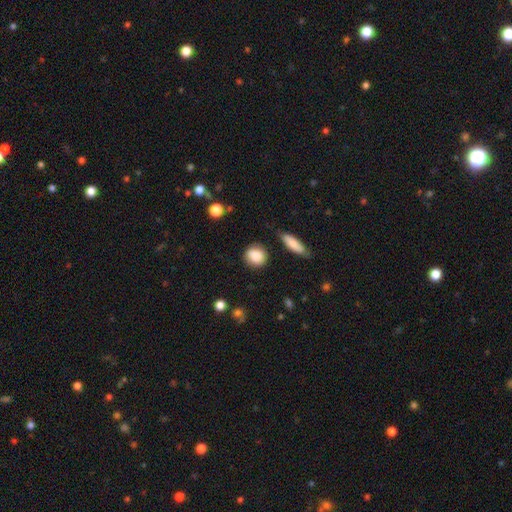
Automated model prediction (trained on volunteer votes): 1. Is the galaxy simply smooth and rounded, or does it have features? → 86% smooth, 7% star or artifact, 7% featured or disk.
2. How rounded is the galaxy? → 76% round, 22% in between, 2% cigar-shaped.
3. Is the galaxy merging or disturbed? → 79% none, 14% minor disturbance, 4% major disturbance, 3% merger.